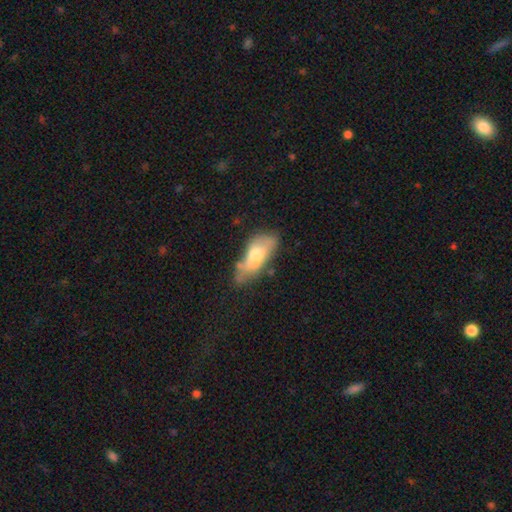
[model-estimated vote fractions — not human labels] smooth 59%, featured or disk 34%, star or artifact 7%. Down the decision tree: how rounded — in between (81%); merging — none (43%).